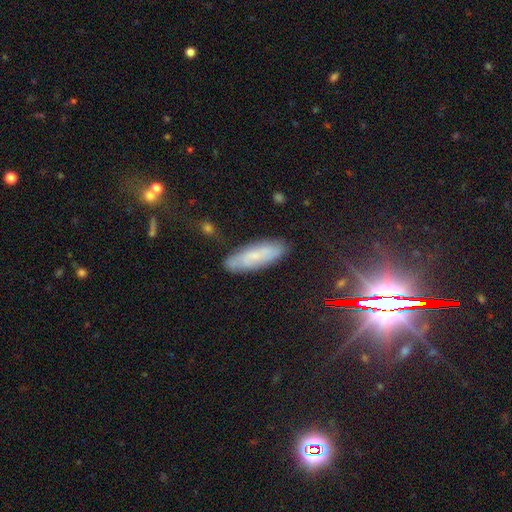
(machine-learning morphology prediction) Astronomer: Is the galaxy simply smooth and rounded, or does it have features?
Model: smooth — 57%.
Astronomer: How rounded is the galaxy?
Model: in between — 50% (runner-up: cigar-shaped, 48%).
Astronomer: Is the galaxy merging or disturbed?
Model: none — 81%.